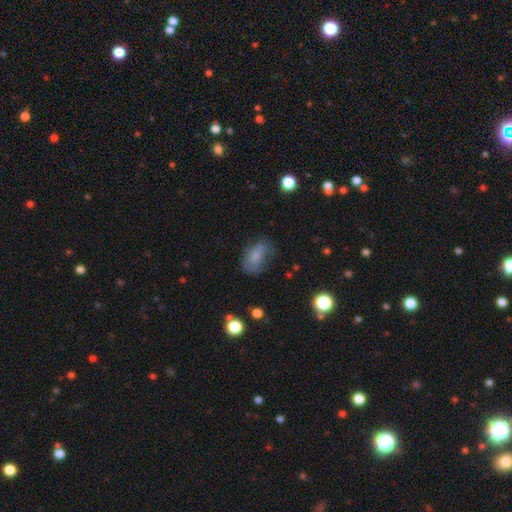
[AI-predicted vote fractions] Overall: smooth (69%). How rounded: in between (87%). Merging: none (55%; minor disturbance 28%).